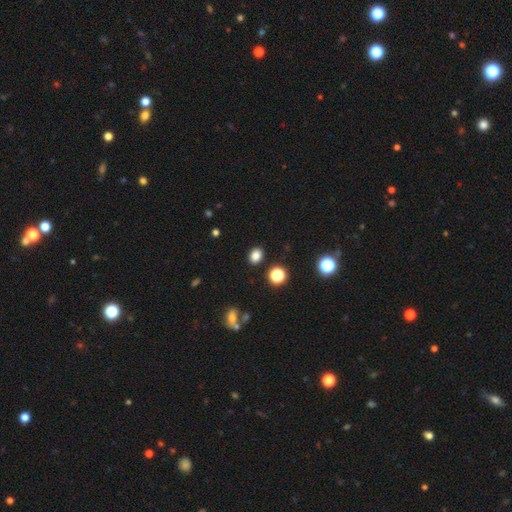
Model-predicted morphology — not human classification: smooth 82%, star or artifact 13%, featured or disk 4%. Down the decision tree: how rounded — in between (55%); merging — none (89%).